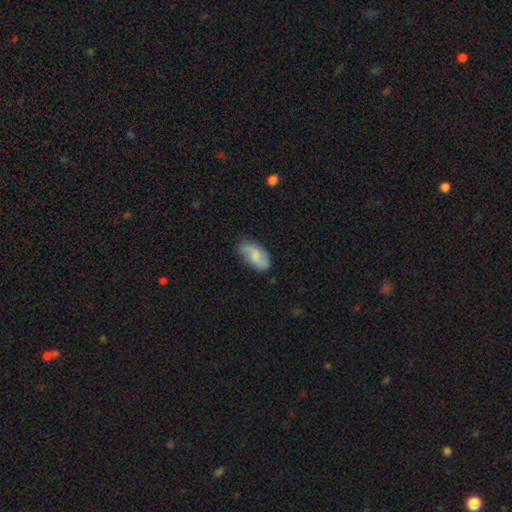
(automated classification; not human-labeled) This appears to be a smooth galaxy with no disk features (58%) that is in between round and cigar-shaped (93%). Merging: none (71%).